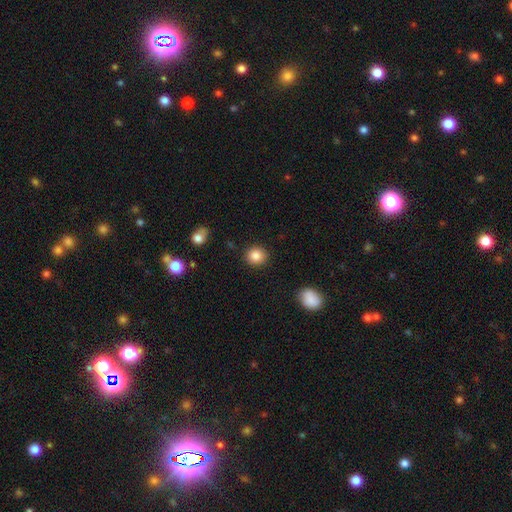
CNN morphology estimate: Smooth or featured? Predicted: smooth (p=0.86). How rounded? Predicted: round (p=0.86). Merging? Predicted: none (p=0.90).